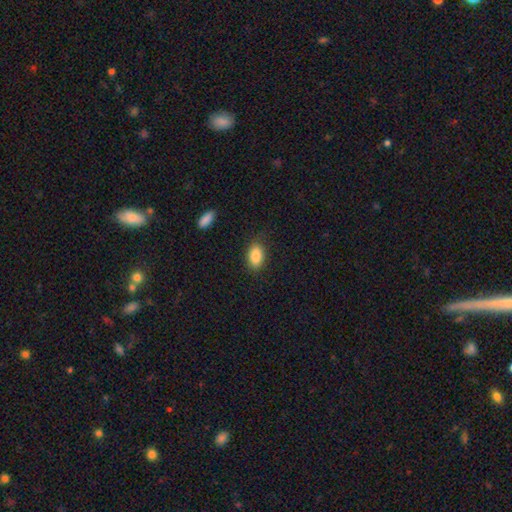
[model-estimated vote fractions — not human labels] Q: Smooth or featured?
A: smooth (86%); runner-up: star or artifact (8%)
Q: How rounded?
A: in between (90%); runner-up: round (8%)
Q: Merging?
A: none (82%); runner-up: minor disturbance (13%)